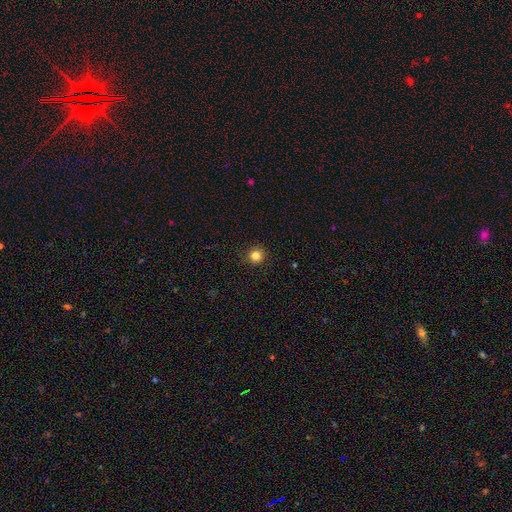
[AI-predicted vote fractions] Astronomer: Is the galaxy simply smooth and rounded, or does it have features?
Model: smooth — 83%.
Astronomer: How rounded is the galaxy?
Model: round — 94%.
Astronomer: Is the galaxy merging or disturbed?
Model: none — 91%.